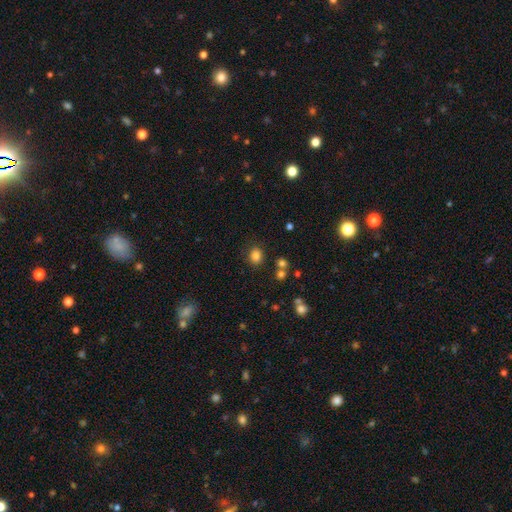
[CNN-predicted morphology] Smooth or featured?
  - smooth: 82% *
  - star or artifact: 13%
  - featured or disk: 5%
How rounded?
  - round: 65% *
  - in between: 34%
  - cigar-shaped: 1%
Merging?
  - none: 83% *
  - minor disturbance: 9%
  - merger: 5%
  - major disturbance: 3%